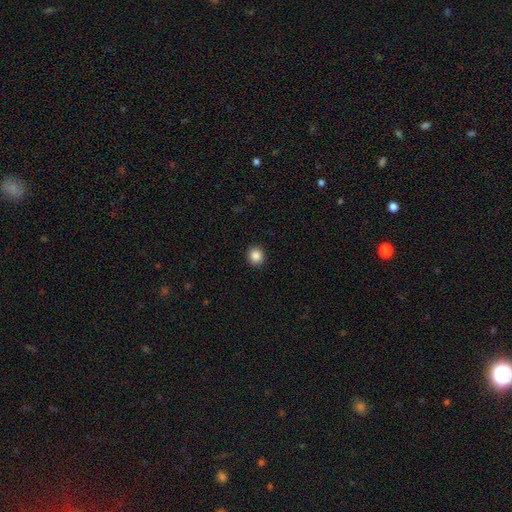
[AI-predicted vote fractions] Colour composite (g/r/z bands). It shows a smooth galaxy with no disk features (87%) that is round (87%). Merging: none (92%).